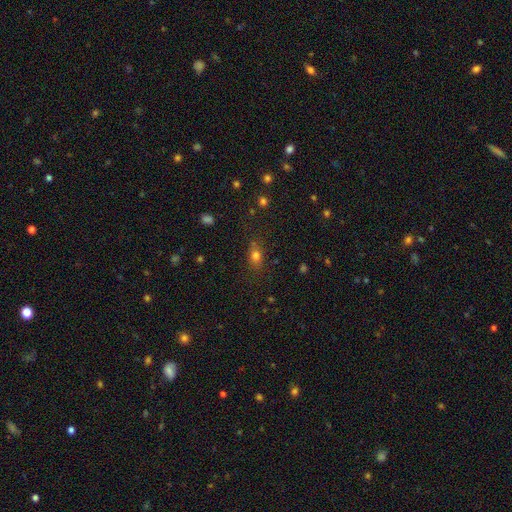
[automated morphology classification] Smooth or featured? Predicted: smooth (p=0.76). How rounded? Predicted: in between (p=0.60). Merging? Predicted: none (p=0.73).